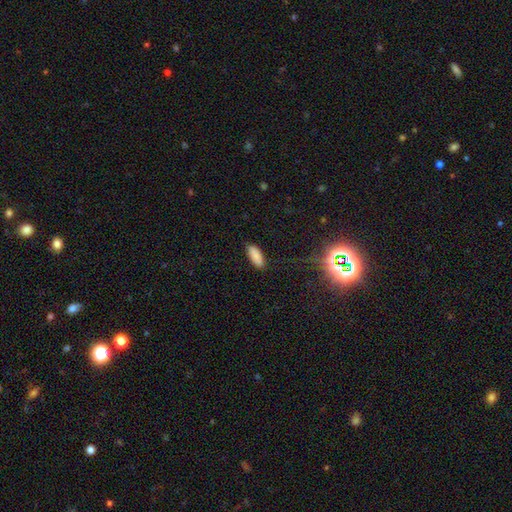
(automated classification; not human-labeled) Overall: smooth (87%). How rounded: in between (81%). Merging: none (86%).